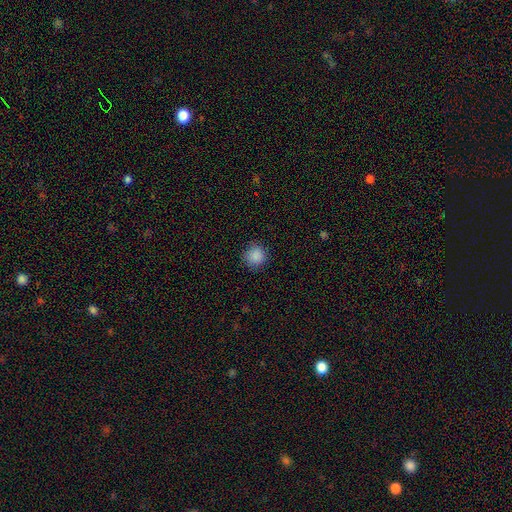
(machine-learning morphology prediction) Smooth or featured? Predicted: smooth (p=0.87). How rounded? Predicted: round (p=0.92). Merging? Predicted: none (p=0.87).